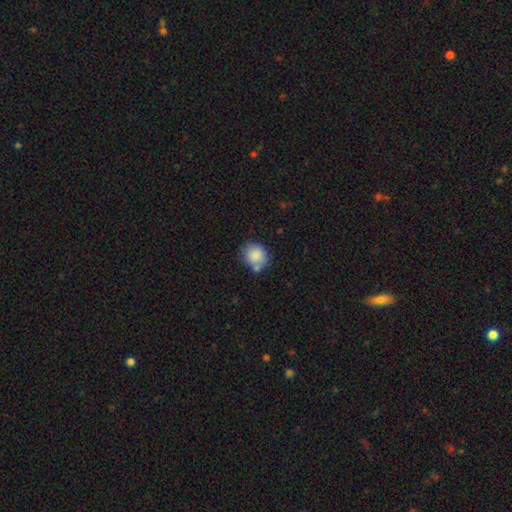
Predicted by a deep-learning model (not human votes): Smooth or featured?
  - smooth: 86% *
  - star or artifact: 8%
  - featured or disk: 6%
How rounded?
  - round: 76% *
  - in between: 23%
  - cigar-shaped: 1%
Merging?
  - none: 65% *
  - minor disturbance: 18%
  - merger: 12%
  - major disturbance: 5%